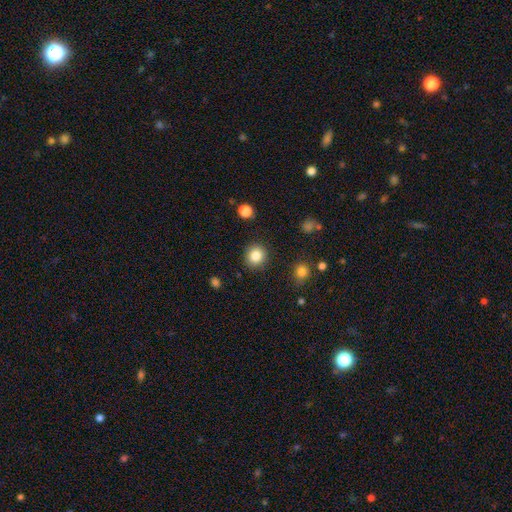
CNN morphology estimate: Smooth or featured?
  - smooth: 84% *
  - star or artifact: 10%
  - featured or disk: 6%
How rounded?
  - round: 89% *
  - in between: 10%
  - cigar-shaped: 1%
Merging?
  - none: 90% *
  - minor disturbance: 6%
  - major disturbance: 2%
  - merger: 2%